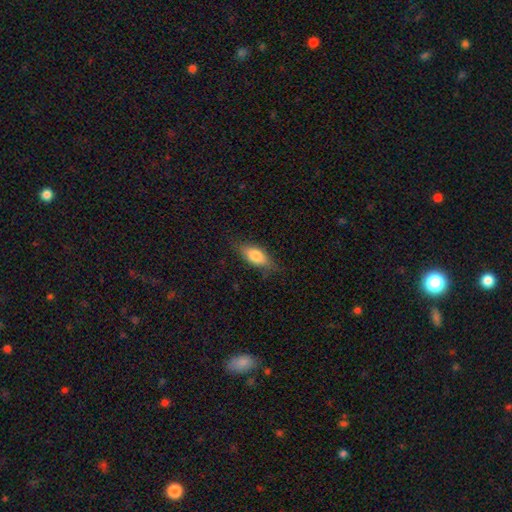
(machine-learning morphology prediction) type=smooth (76%); roundness=in between (79%); merging=none (77%).